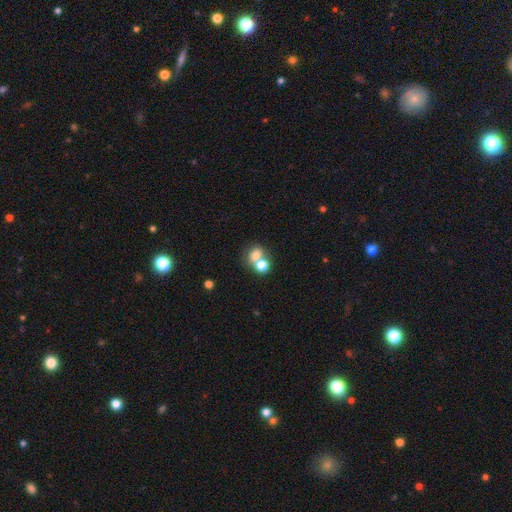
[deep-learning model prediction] Smooth or featured? Predicted: smooth (p=0.73). How rounded? Predicted: round (p=0.53). Merging? Predicted: merger (p=0.56).